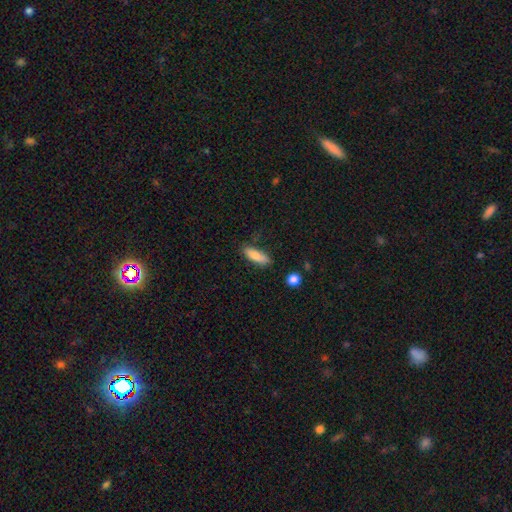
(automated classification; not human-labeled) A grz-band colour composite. It shows a smooth galaxy with no disk features (85%) that is in between round and cigar-shaped (53%). Merging: none (80%).